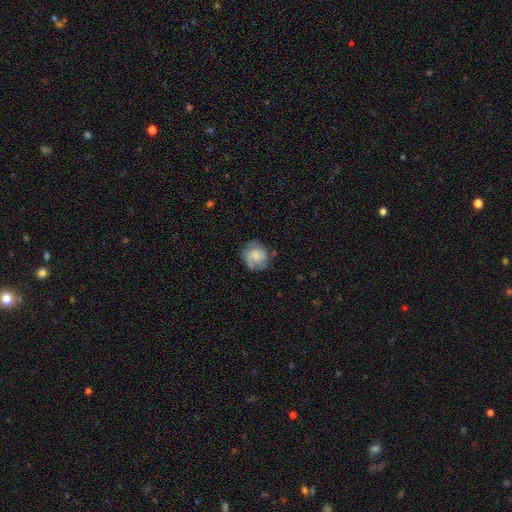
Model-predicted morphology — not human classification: This appears to be a smooth galaxy with no disk features (59%) that is round (77%). Merging: none (64%).